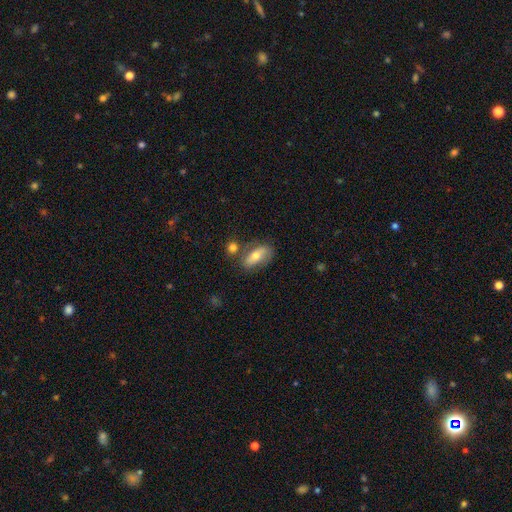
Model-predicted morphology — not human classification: smooth_or_featured: smooth (p=0.60) [alt: featured or disk p=0.33]
how_rounded: in between (p=0.82) [alt: cigar-shaped p=0.12]
merging: none (p=0.63) [alt: minor disturbance p=0.18]